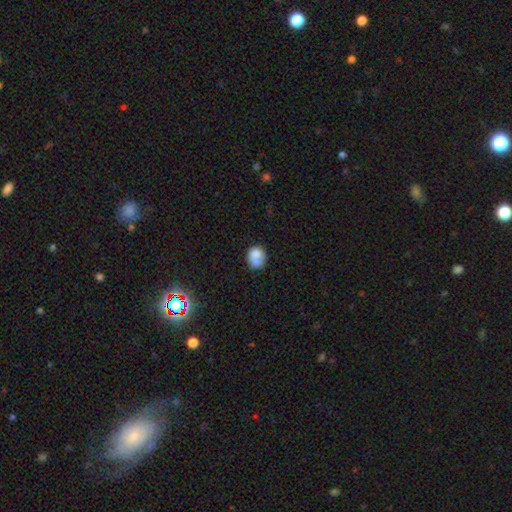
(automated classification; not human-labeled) A smooth galaxy with no disk features (76%) that is round (66%). Merging: none (49%).